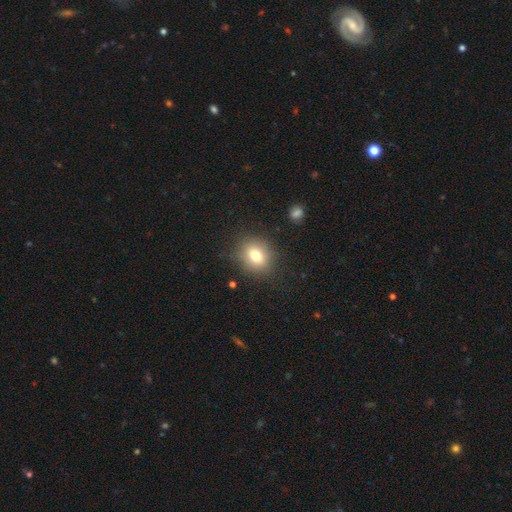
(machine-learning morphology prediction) smooth_or_featured: smooth (p=0.76) [alt: featured or disk p=0.12]
how_rounded: round (p=0.63) [alt: in between p=0.36]
merging: none (p=0.86) [alt: minor disturbance p=0.10]